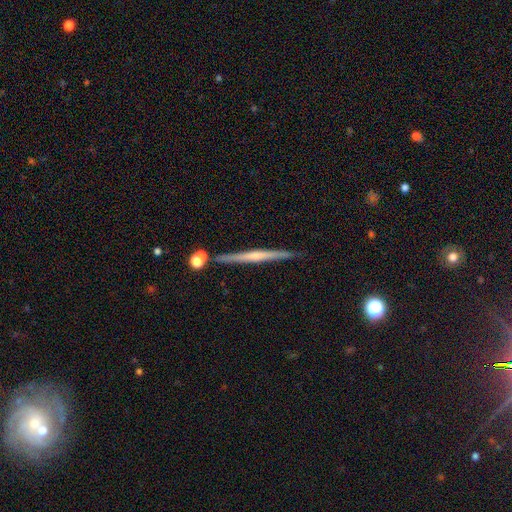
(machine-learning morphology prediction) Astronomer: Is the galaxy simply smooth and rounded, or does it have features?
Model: featured or disk — 75%.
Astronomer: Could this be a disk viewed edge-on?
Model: yes — 98%.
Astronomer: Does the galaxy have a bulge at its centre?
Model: rounded — 59%.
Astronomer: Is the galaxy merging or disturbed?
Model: none — 88%.